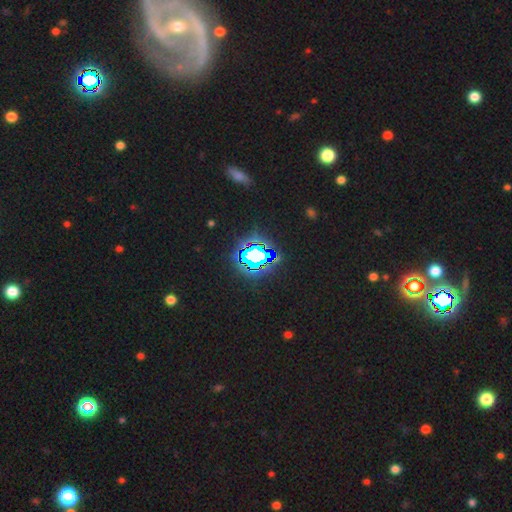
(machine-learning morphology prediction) smooth-or-featured: star or artifact: 72% | smooth: 15% | featured or disk: 13%